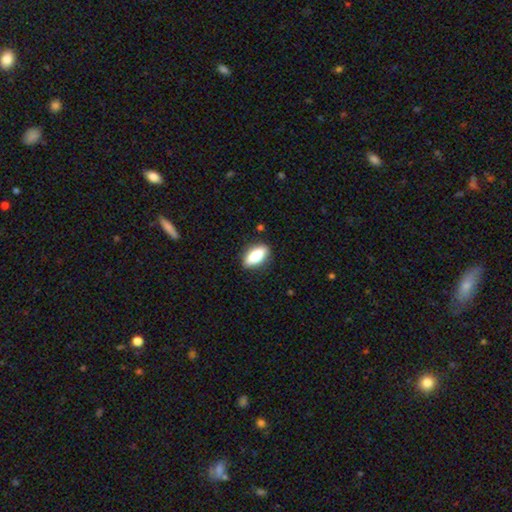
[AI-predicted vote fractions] The model was most divided on "smooth or featured": smooth: 77%, featured or disk: 16%, star or artifact: 7%. More confident: merging — none (85%); how rounded — in between (80%).